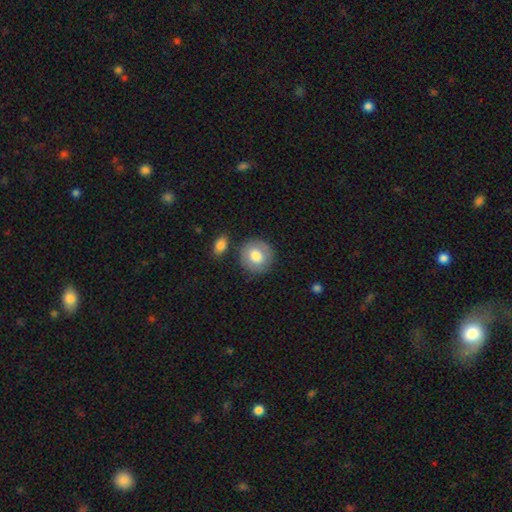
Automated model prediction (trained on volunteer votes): Smooth or featured: smooth — 74% (featured or disk — 19%)
How rounded: round — 88% (in between — 11%)
Merging: none — 78% (minor disturbance — 12%)